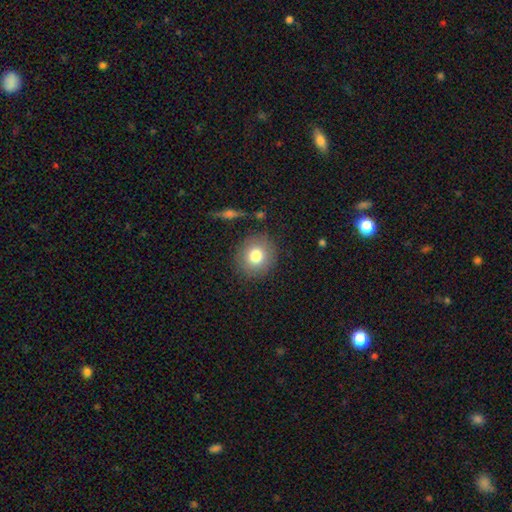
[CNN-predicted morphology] Q: Smooth or featured?
A: smooth (78%); runner-up: featured or disk (12%)
Q: How rounded?
A: round (87%); runner-up: in between (12%)
Q: Merging?
A: none (86%); runner-up: minor disturbance (9%)